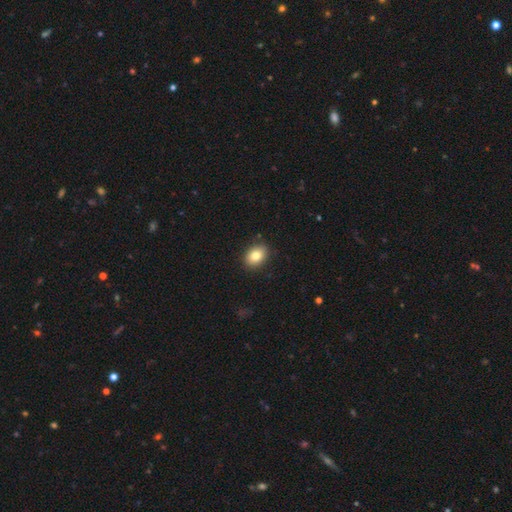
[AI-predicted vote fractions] A smooth galaxy with no disk features (82%) that is in between round and cigar-shaped (67%). Merging: none (88%).